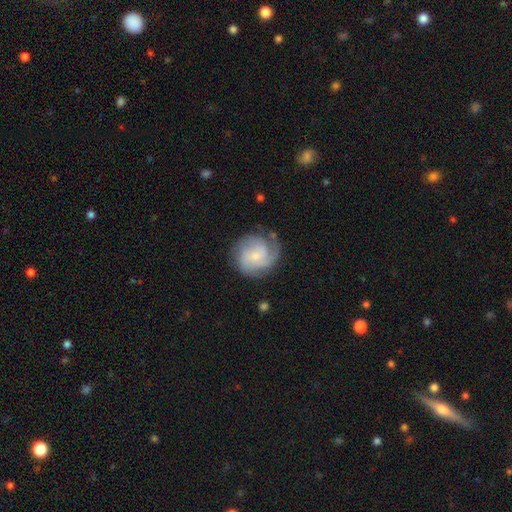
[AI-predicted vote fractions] Morphology: type=featured or disk (69%); edge-on=no (98%); bar=no (67%); spiral arms=yes (92%); winding=tight (45%); arm count=3 (31%); bulge=small (68%); merging=none (67%).